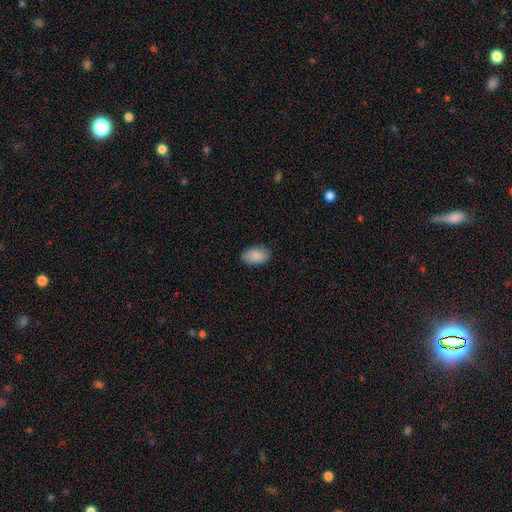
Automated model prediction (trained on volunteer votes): Morphology: type=smooth (88%); roundness=in between (93%); merging=none (86%).